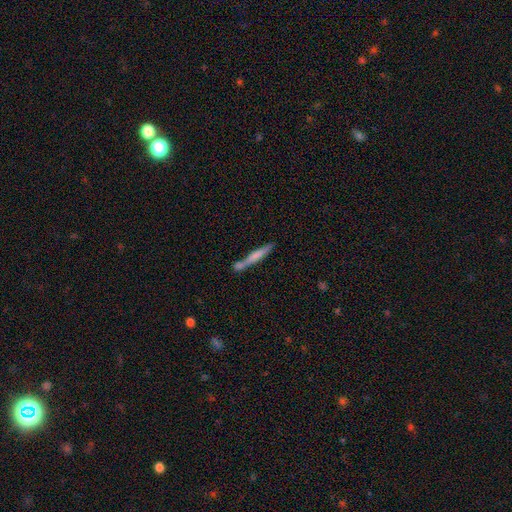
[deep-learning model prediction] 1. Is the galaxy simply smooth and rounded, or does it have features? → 56% smooth, 39% featured or disk, 6% star or artifact.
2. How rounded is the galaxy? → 94% cigar-shaped, 5% in between, 2% round.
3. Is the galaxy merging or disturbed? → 57% none, 24% merger, 14% minor disturbance, 4% major disturbance.